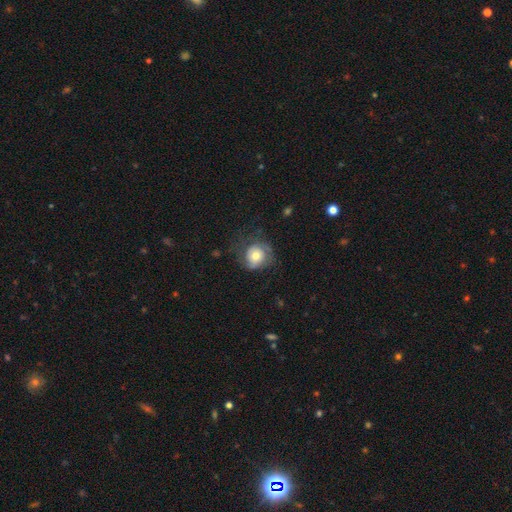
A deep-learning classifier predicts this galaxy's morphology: Smooth or featured? smooth (51%)
How rounded? round (80%)
Merging? none (56%)